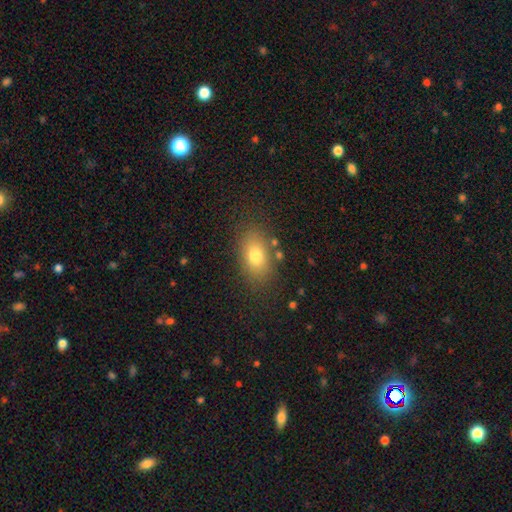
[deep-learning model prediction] Smooth or featured: smooth — 77% (featured or disk — 13%)
How rounded: in between — 85% (round — 12%)
Merging: none — 80% (minor disturbance — 12%)